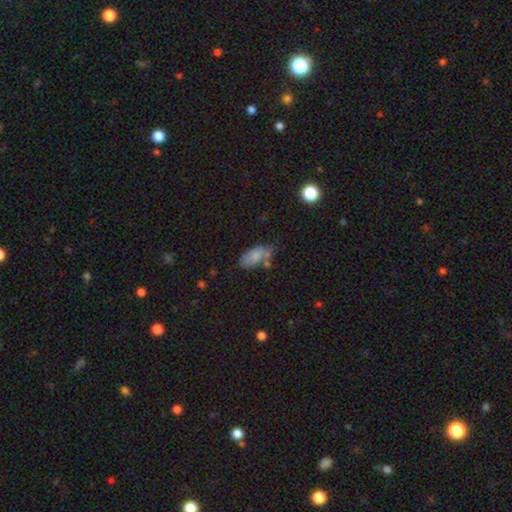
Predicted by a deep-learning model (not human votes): Overall: smooth (79%). How rounded: in between (89%). Merging: none (58%; minor disturbance 23%).